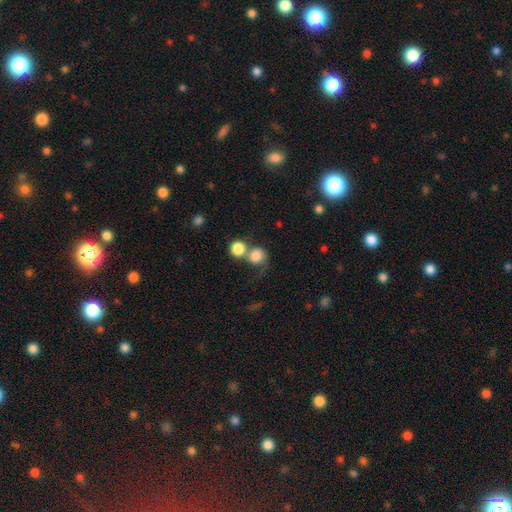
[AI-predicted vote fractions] Smooth or featured? smooth (76%)
How rounded? round (82%)
Merging? merger (55%)